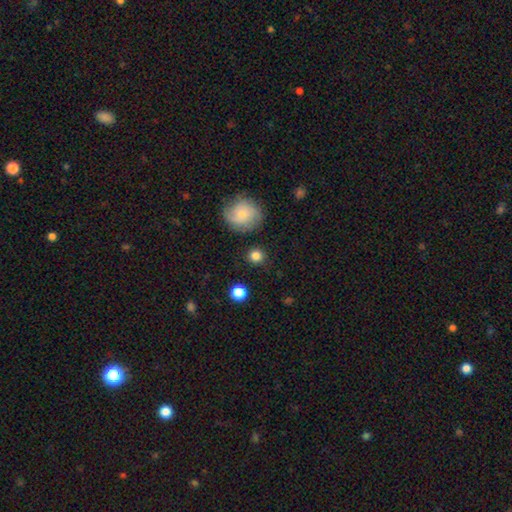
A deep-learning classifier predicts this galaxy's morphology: Smooth or featured?
  - smooth: 83% *
  - star or artifact: 10%
  - featured or disk: 7%
How rounded?
  - round: 89% *
  - in between: 10%
  - cigar-shaped: 1%
Merging?
  - none: 86% *
  - minor disturbance: 8%
  - major disturbance: 3%
  - merger: 3%